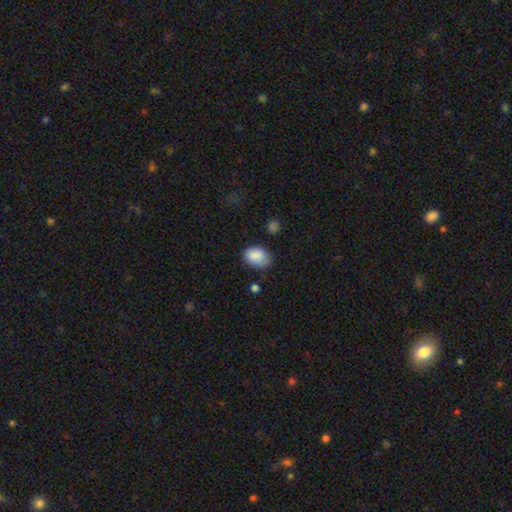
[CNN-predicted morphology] This is clearly a smooth galaxy (87%). How rounded: clearly in between (82%). Merging: likely none (64%).